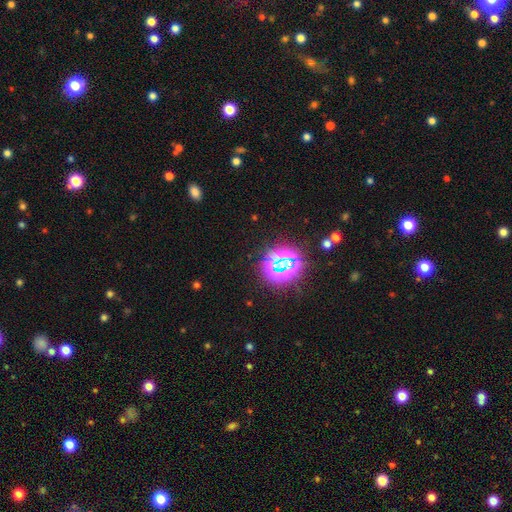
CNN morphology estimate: smooth_or_featured: star or artifact (p=0.81) [alt: smooth p=0.12]